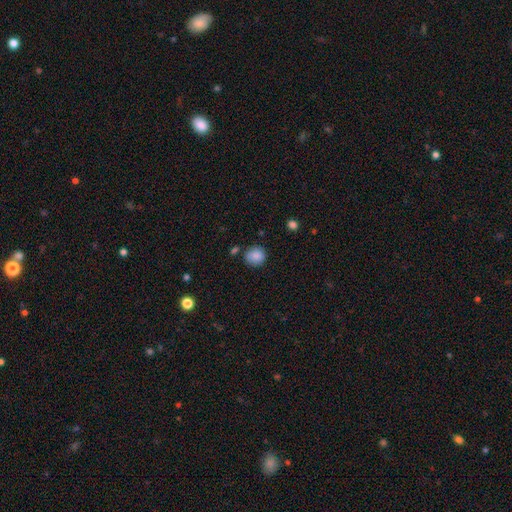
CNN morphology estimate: type=smooth (86%); roundness=round (86%); merging=none (80%).